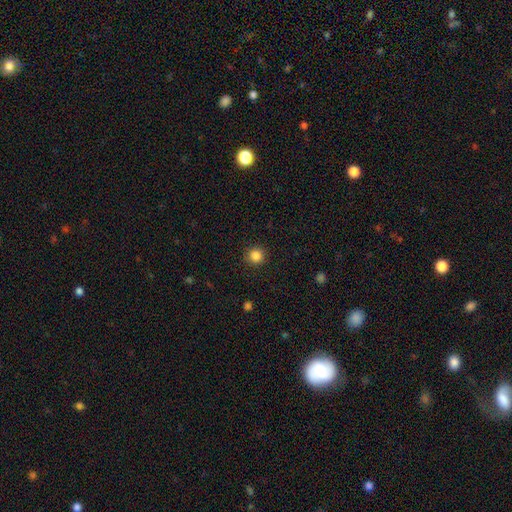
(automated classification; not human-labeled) Smooth or featured: smooth — 85% (star or artifact — 11%)
How rounded: round — 94% (in between — 5%)
Merging: none — 91% (minor disturbance — 6%)